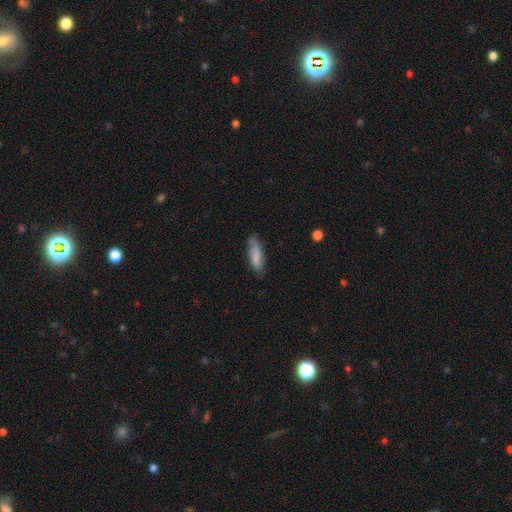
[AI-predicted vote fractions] Morphology: type=smooth (82%); roundness=cigar-shaped (56%); merging=none (73%).